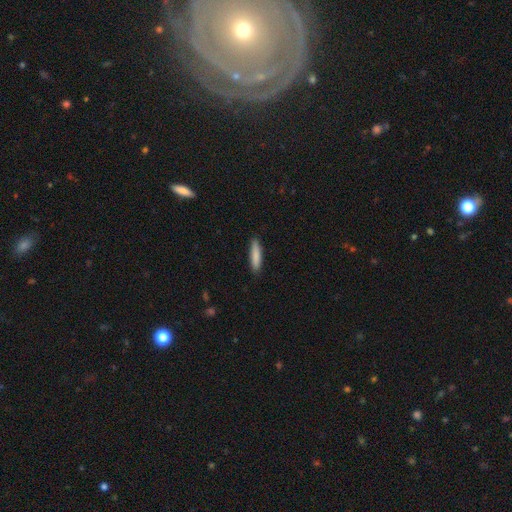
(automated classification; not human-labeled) Smooth or featured? smooth (85%)
How rounded? cigar-shaped (82%)
Merging? none (89%)